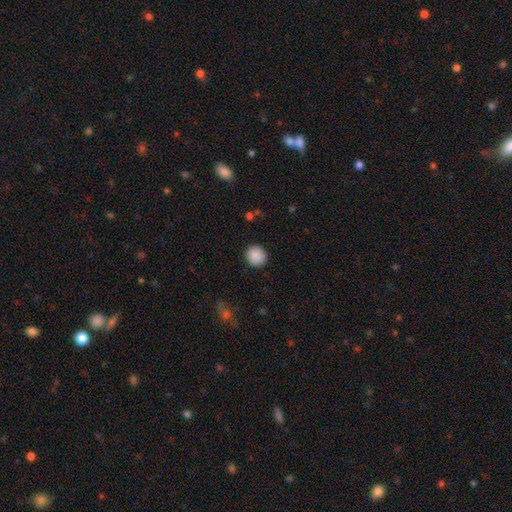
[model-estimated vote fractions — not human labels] smooth-or-featured: smooth: 89% | star or artifact: 8% | featured or disk: 3%
  how-rounded: round: 89% | in between: 10% | cigar-shaped: 1%
  merging: none: 90% | minor disturbance: 7% | major disturbance: 2% | merger: 1%